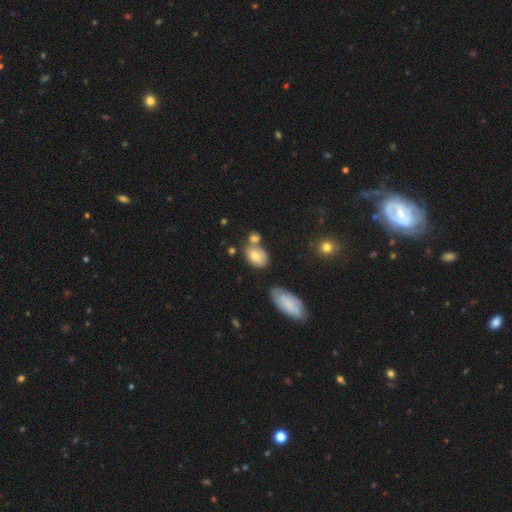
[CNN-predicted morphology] Q: Smooth or featured?
A: smooth (74%); runner-up: featured or disk (16%)
Q: How rounded?
A: in between (72%); runner-up: round (26%)
Q: Merging?
A: none (55%); runner-up: merger (23%)